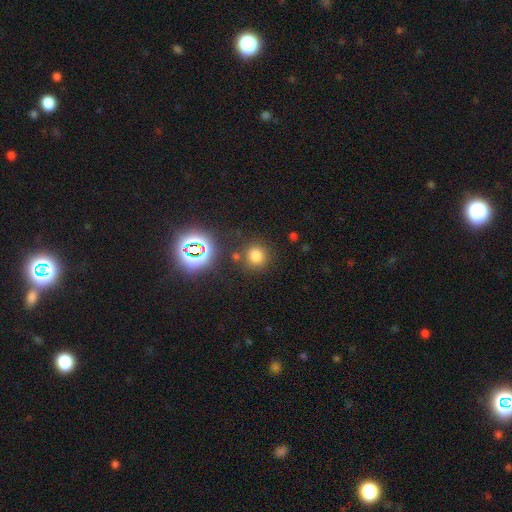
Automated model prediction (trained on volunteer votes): Smooth or featured? smooth (72%)
How rounded? round (88%)
Merging? none (80%)